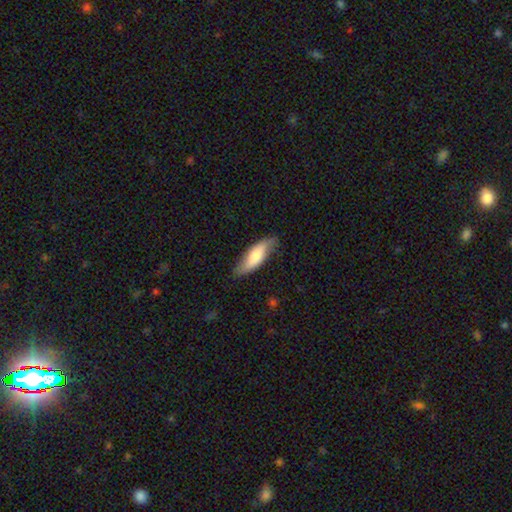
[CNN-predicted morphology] smooth-or-featured: smooth: 63% | featured or disk: 31% | star or artifact: 5%
  how-rounded: in between: 52% | cigar-shaped: 46% | round: 2%
  merging: none: 73% | minor disturbance: 21% | major disturbance: 4% | merger: 1%